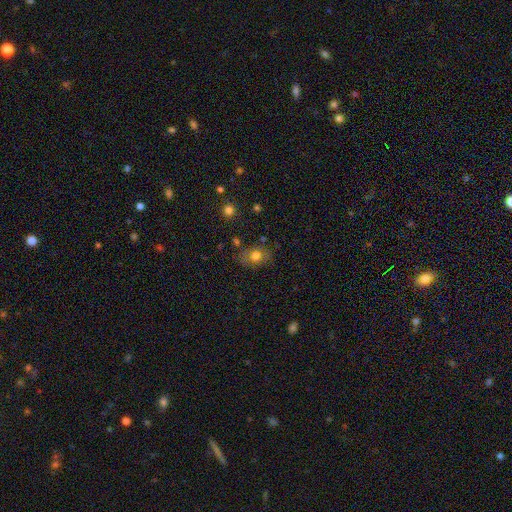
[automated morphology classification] The model was most divided on "how rounded": in between: 63%, round: 36%, cigar-shaped: 1%. More confident: merging — none (73%); smooth or featured — smooth (73%).